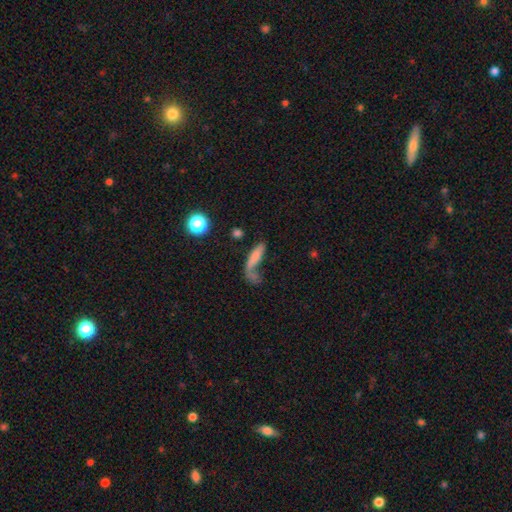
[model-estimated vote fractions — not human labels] The model was most divided on "merging": none: 32%, major disturbance: 29%, merger: 24%, minor disturbance: 15%. More confident: smooth or featured — smooth (62%); how rounded — cigar-shaped (58%).